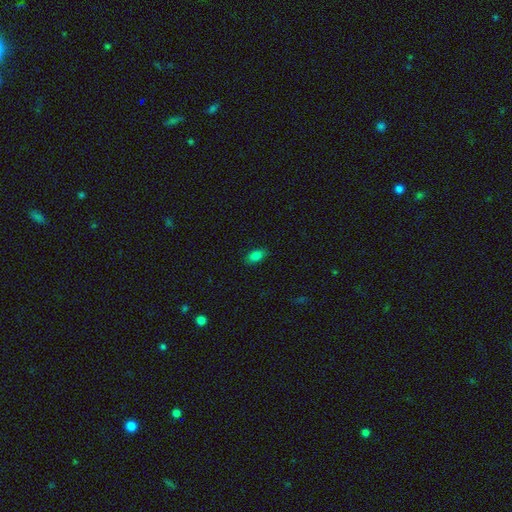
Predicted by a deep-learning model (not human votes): Q: Smooth or featured?
A: smooth (81%); runner-up: star or artifact (12%)
Q: How rounded?
A: in between (88%); runner-up: round (8%)
Q: Merging?
A: none (86%); runner-up: minor disturbance (11%)